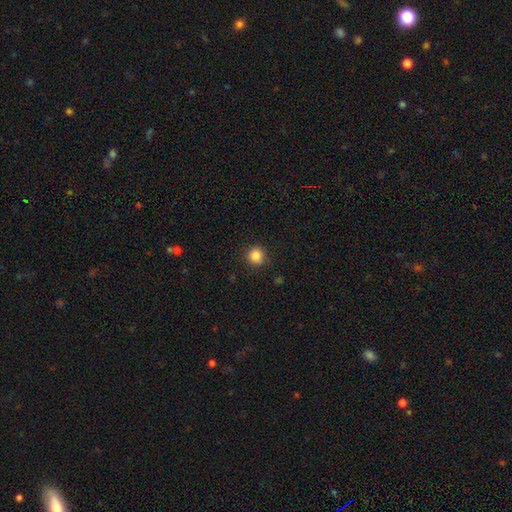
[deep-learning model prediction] Morphology: type=smooth (86%); roundness=round (93%); merging=none (89%).